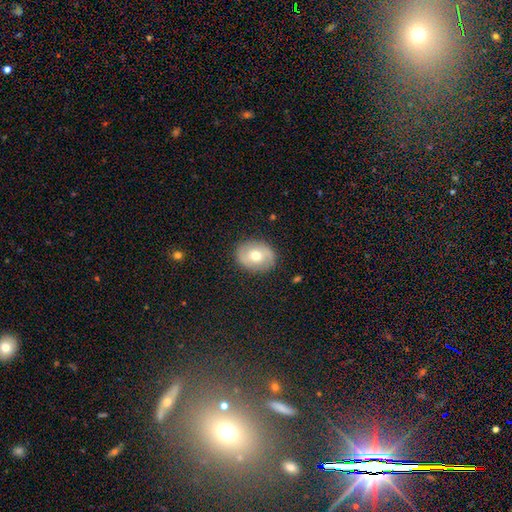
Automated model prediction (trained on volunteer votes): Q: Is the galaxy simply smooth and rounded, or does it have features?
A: smooth — 51%.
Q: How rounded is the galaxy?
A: in between — 50%.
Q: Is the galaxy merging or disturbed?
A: none — 86%.